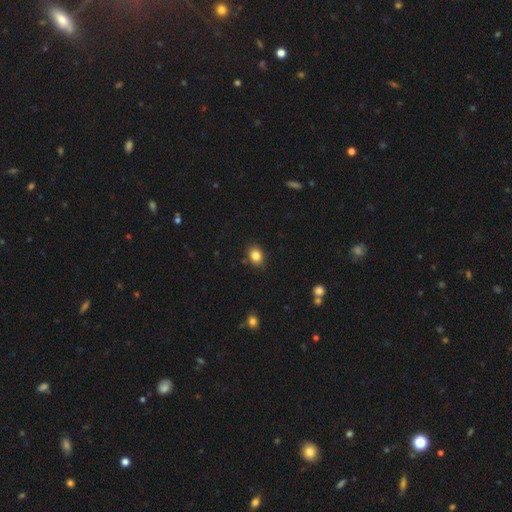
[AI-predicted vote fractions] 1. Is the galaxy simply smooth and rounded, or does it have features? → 84% smooth, 10% star or artifact, 6% featured or disk.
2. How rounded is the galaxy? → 65% in between, 34% round, 1% cigar-shaped.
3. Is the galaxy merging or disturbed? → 86% none, 10% minor disturbance, 2% major disturbance, 2% merger.